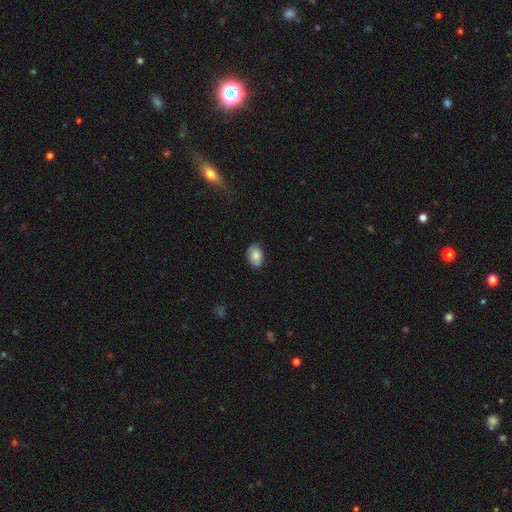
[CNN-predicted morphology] This is clearly a smooth galaxy (81%). How rounded: clearly in between (81%). Merging: likely none (75%).